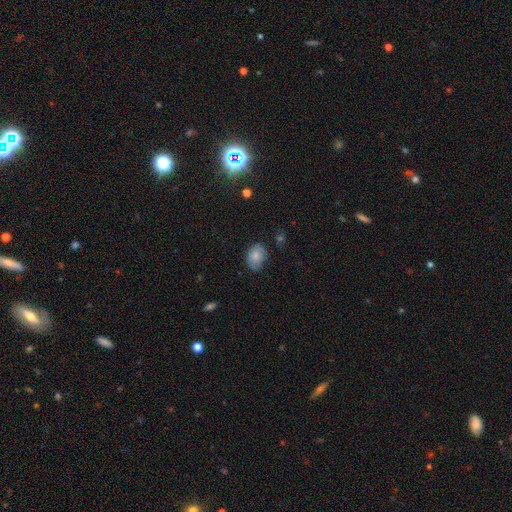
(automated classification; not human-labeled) Smooth or featured: smooth — 80% (featured or disk — 12%)
How rounded: in between — 77% (round — 22%)
Merging: none — 67% (minor disturbance — 26%)